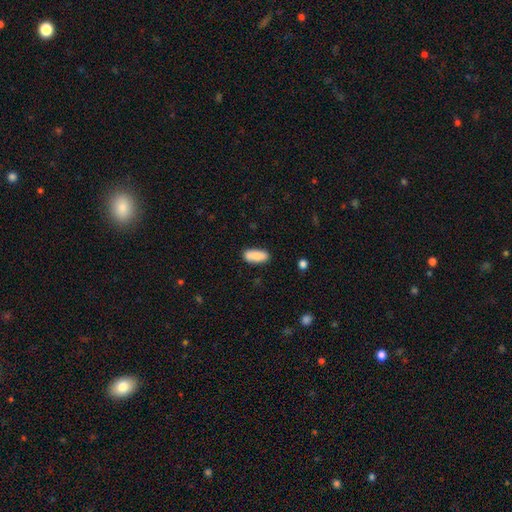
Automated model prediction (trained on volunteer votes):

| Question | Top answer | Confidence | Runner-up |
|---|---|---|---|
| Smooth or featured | smooth | 86% | featured or disk (7%) |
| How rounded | in between | 79% | cigar-shaped (19%) |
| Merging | none | 82% | minor disturbance (13%) |